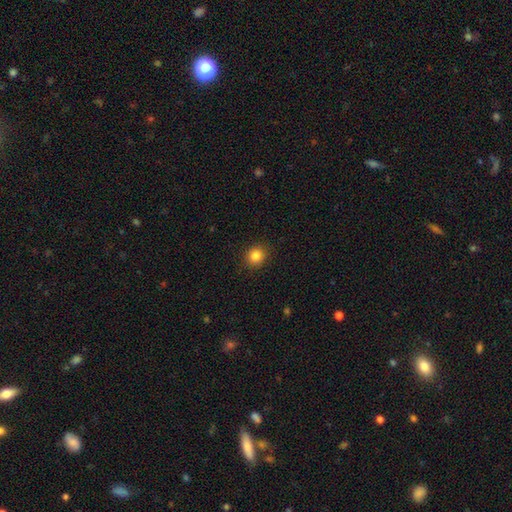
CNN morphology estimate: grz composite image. It shows a smooth galaxy with no disk features (85%) that is round (85%). Merging: none (90%).